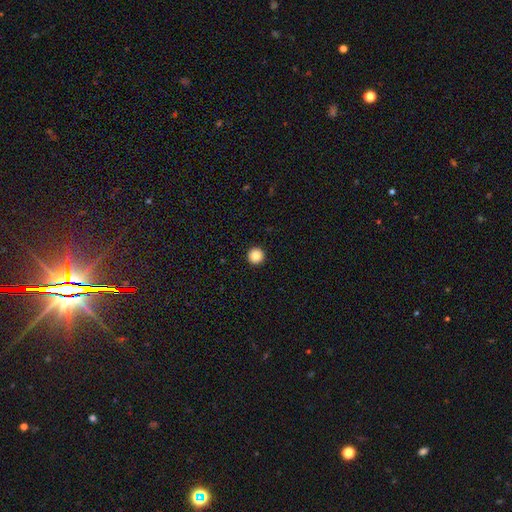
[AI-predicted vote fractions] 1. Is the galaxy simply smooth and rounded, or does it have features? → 86% smooth, 10% star or artifact, 4% featured or disk.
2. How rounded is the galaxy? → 97% round, 2% in between, 1% cigar-shaped.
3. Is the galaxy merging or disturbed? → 94% none, 3% minor disturbance, 1% major disturbance, 1% merger.